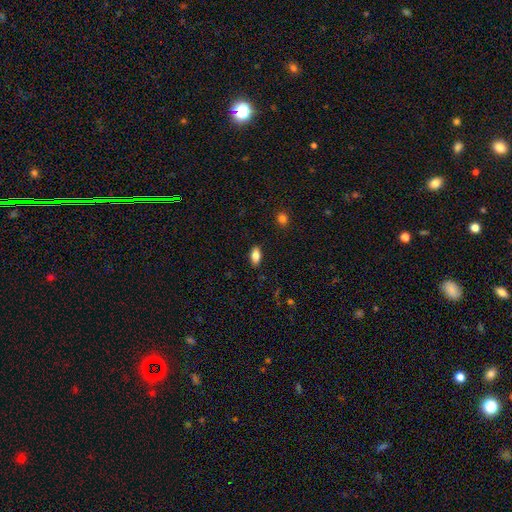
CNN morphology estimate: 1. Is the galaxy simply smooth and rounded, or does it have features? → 82% smooth, 10% featured or disk, 8% star or artifact.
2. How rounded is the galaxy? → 90% in between, 6% cigar-shaped, 4% round.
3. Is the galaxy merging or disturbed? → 88% none, 9% minor disturbance, 2% major disturbance, 1% merger.